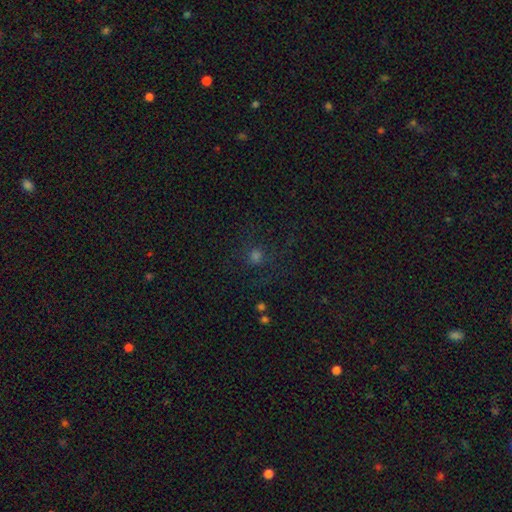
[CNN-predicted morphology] Smooth or featured?
  - smooth: 48% *
  - star or artifact: 38%
  - featured or disk: 14%
Merging?
  - none: 74% *
  - minor disturbance: 12%
  - major disturbance: 10%
  - merger: 3%